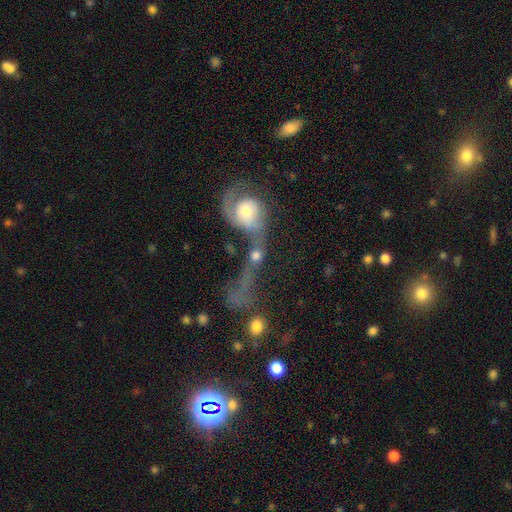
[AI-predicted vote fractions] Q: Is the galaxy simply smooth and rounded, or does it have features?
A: smooth — 46%.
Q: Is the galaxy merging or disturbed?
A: merger — 70%.